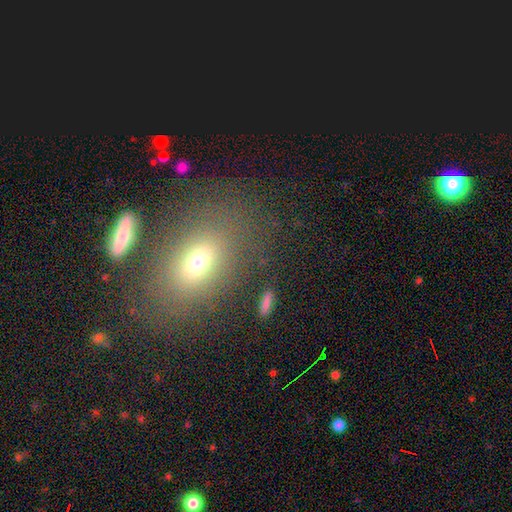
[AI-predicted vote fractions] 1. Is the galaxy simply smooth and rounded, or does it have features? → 61% smooth, 23% star or artifact, 15% featured or disk.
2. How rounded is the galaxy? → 72% in between, 25% round, 3% cigar-shaped.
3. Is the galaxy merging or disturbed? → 78% none, 10% minor disturbance, 8% merger, 5% major disturbance.